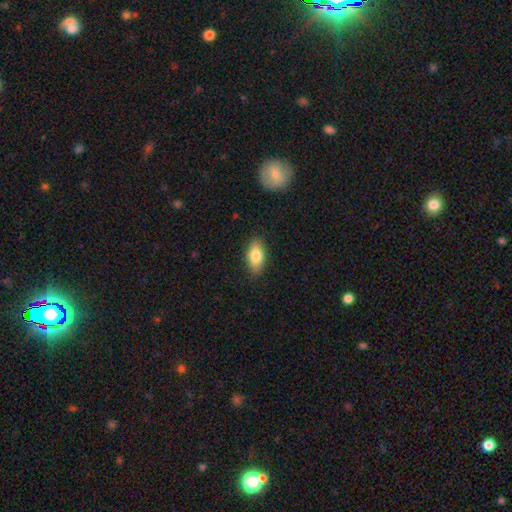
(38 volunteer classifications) Volunteers were most divided on "smooth or featured": smooth: 76%, featured or disk: 18%, star or artifact: 5%. More confident: merging — none (83%); how rounded — in between (79%).